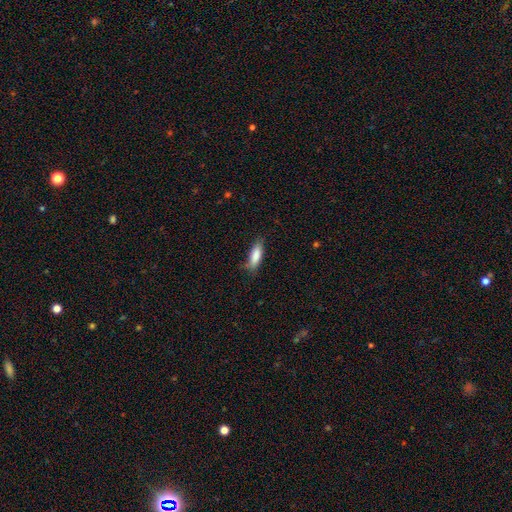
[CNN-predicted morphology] type=smooth (85%); roundness=in between (59%); merging=none (75%).